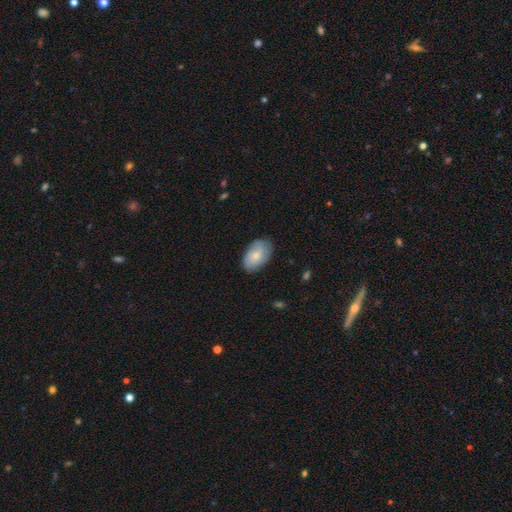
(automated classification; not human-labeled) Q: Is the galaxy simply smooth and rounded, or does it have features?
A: smooth — 73%.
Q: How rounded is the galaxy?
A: in between — 93%.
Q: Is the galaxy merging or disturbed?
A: none — 78%.